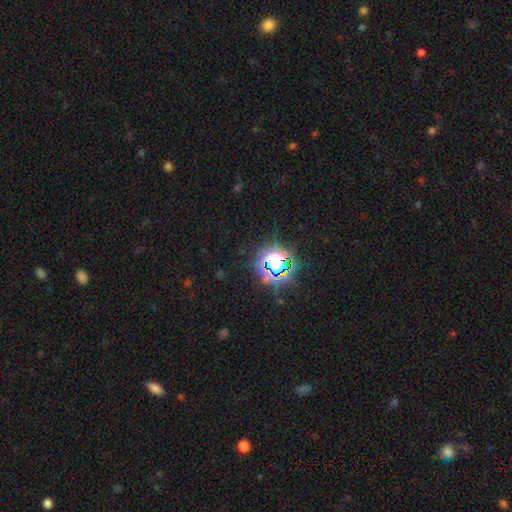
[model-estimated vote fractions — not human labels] Smooth or featured: star or artifact — 80% (smooth — 13%)